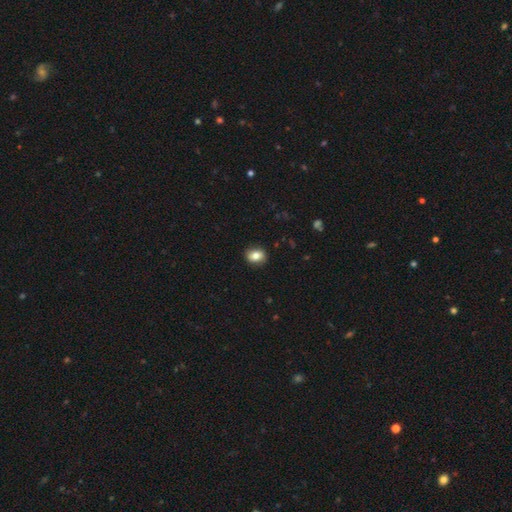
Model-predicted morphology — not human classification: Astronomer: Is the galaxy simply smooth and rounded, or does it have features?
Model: smooth — 80%.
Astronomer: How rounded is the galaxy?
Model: in between — 57% (runner-up: round, 42%).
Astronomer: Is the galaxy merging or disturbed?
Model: none — 88%.